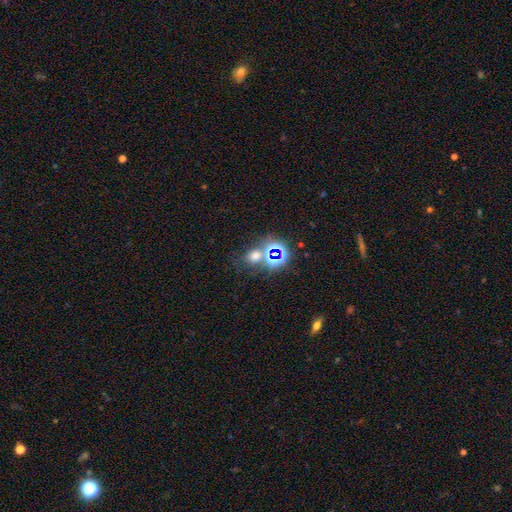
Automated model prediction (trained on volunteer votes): Smooth or featured? smooth (51%)
How rounded? round (64%)
Merging? none (57%)